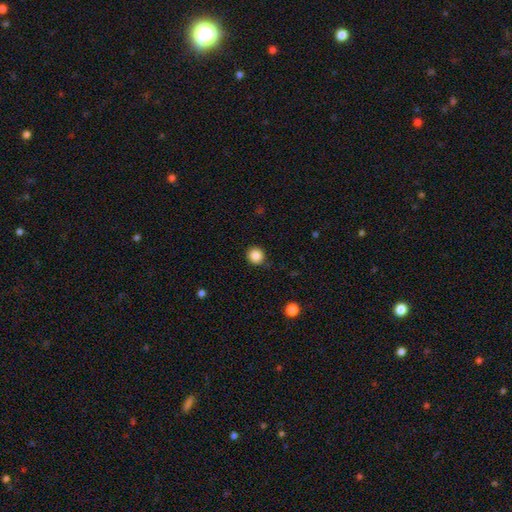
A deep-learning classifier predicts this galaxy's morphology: Smooth or featured? Predicted: smooth (p=0.86). How rounded? Predicted: round (p=0.92). Merging? Predicted: none (p=0.88).